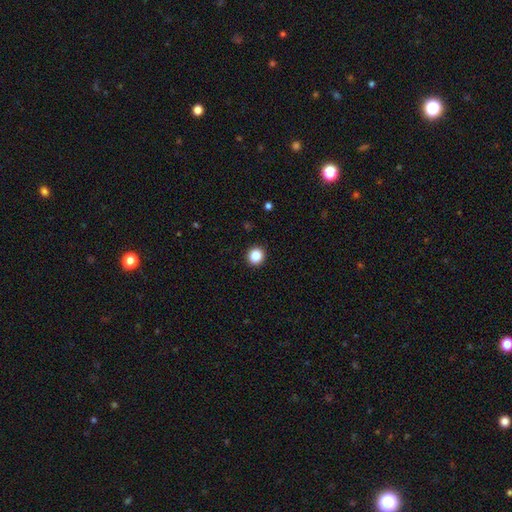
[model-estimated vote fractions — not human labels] smooth 87%, star or artifact 10%, featured or disk 3%. Down the decision tree: how rounded — round (91%); merging — none (92%).